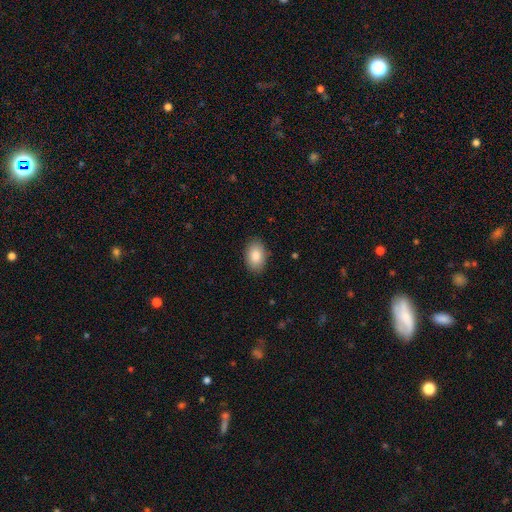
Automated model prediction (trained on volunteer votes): Morphology: type=smooth (87%); roundness=in between (90%); merging=none (88%).